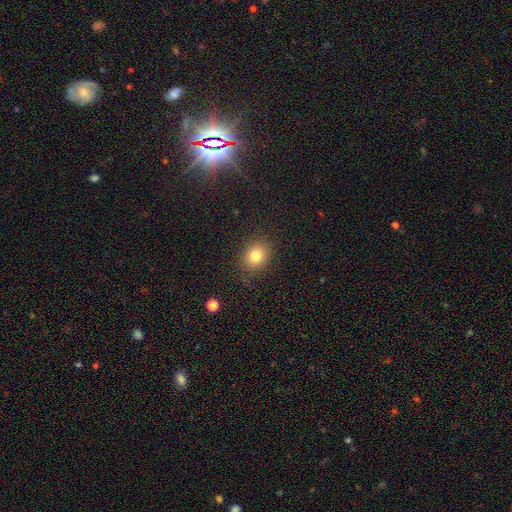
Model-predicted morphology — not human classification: Q: Smooth or featured?
A: smooth (80%); runner-up: star or artifact (12%)
Q: How rounded?
A: round (60%); runner-up: in between (39%)
Q: Merging?
A: none (86%); runner-up: minor disturbance (10%)